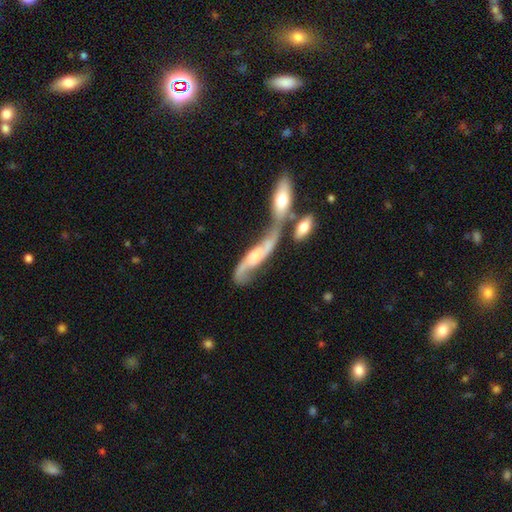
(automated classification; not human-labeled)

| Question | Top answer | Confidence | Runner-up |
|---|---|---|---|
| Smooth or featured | featured or disk | 78% | smooth (16%) |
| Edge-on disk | no | 75% | yes (25%) |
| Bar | no | 54% | weak (35%) |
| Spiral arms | yes | 92% | no (8%) |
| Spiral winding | loose | 75% | medium (19%) |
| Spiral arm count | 2 | 90% | can't tell (5%) |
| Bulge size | moderate | 41% | small (33%) |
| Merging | merger | 49% | none (29%) |